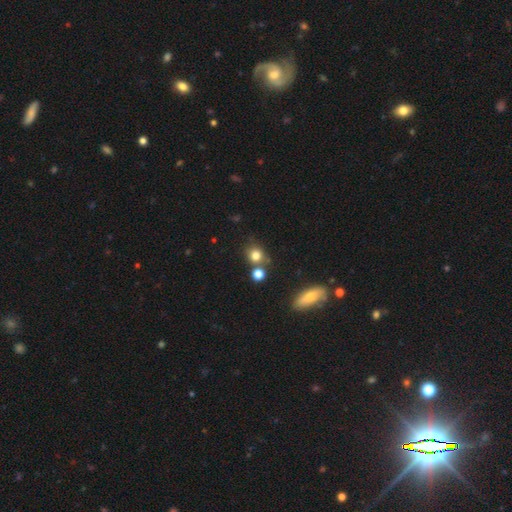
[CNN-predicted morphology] smooth 78%, star or artifact 14%, featured or disk 8%. Down the decision tree: how rounded — round (79%); merging — none (66%).